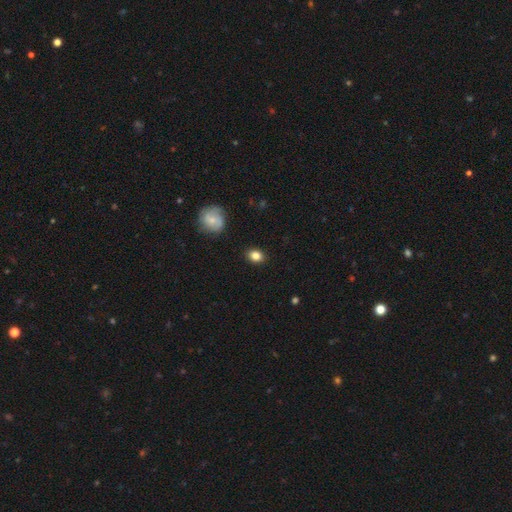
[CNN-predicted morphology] This is clearly a smooth galaxy (84%). How rounded: possibly in between (55%). Merging: clearly none (87%).